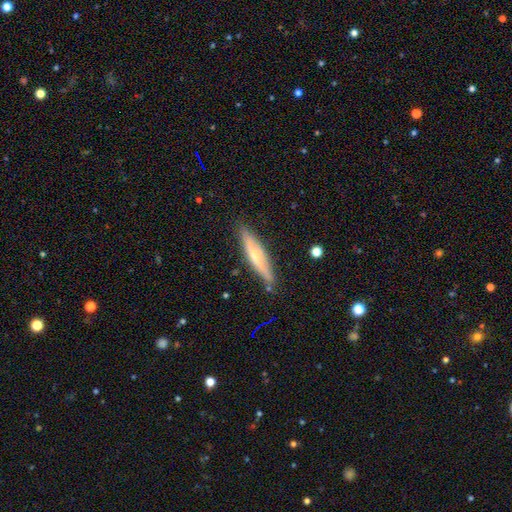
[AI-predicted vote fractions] Smooth or featured?
  - featured or disk: 59% *
  - smooth: 34%
  - star or artifact: 7%
Edge-on disk?
  - yes: 90% *
  - no: 10%
Edge-on bulge?
  - rounded: 76% *
  - none: 19%
  - boxy: 6%
Merging?
  - none: 83% *
  - minor disturbance: 12%
  - major disturbance: 2%
  - merger: 2%